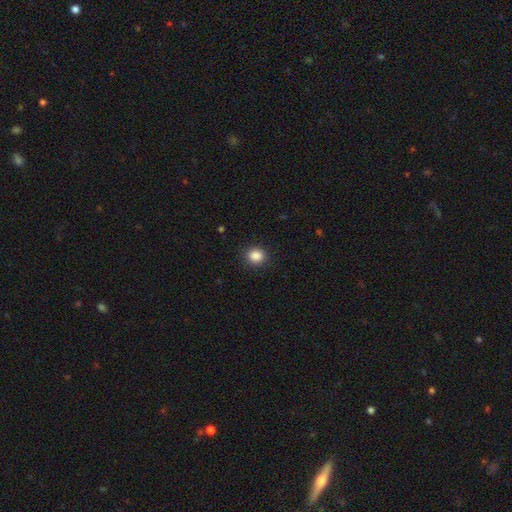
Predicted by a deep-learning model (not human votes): Smooth or featured? smooth (87%)
How rounded? round (81%)
Merging? none (89%)